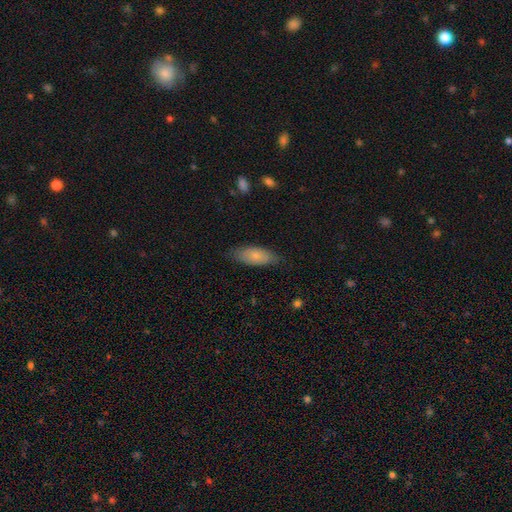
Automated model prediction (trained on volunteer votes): The model was most divided on "merging": none: 76%, minor disturbance: 19%, major disturbance: 4%, merger: 1%. More confident: how rounded — in between (82%); smooth or featured — smooth (77%).